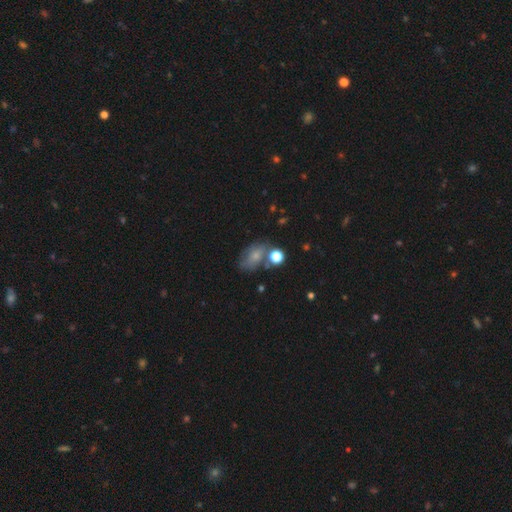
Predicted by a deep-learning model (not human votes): This is likely a smooth galaxy (65%). How rounded: likely in between (78%). Merging: possibly none (49%).